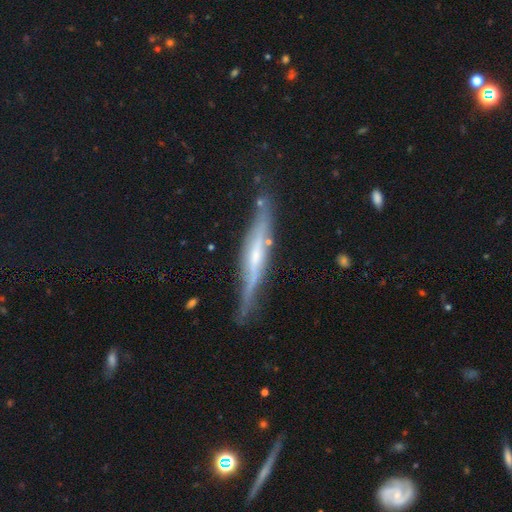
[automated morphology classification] Smooth or featured? Predicted: featured or disk (p=0.75). Edge-on disk? Predicted: yes (p=0.93). Edge-on bulge? Predicted: rounded (p=0.49). Merging? Predicted: none (p=0.74).